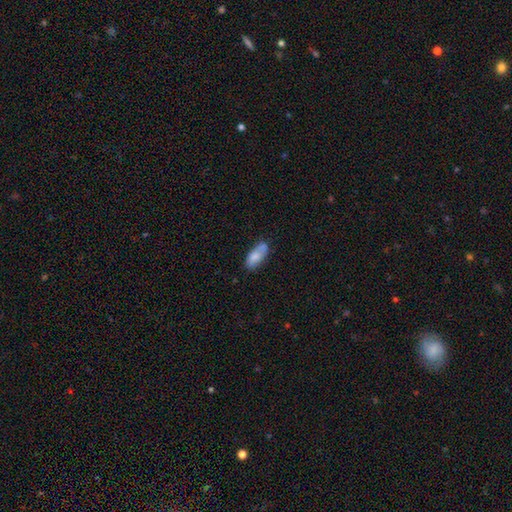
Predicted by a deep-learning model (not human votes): Smooth or featured?
  - smooth: 73% *
  - featured or disk: 20%
  - star or artifact: 7%
How rounded?
  - in between: 85% *
  - cigar-shaped: 12%
  - round: 2%
Merging?
  - none: 56% *
  - minor disturbance: 26%
  - merger: 11%
  - major disturbance: 6%